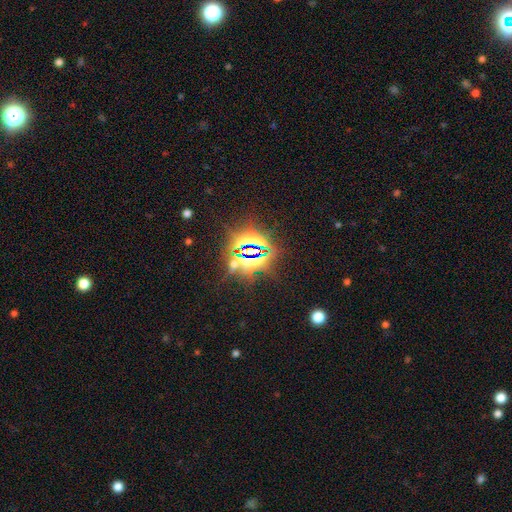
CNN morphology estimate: smooth-or-featured: star or artifact: 84% | smooth: 9% | featured or disk: 8%